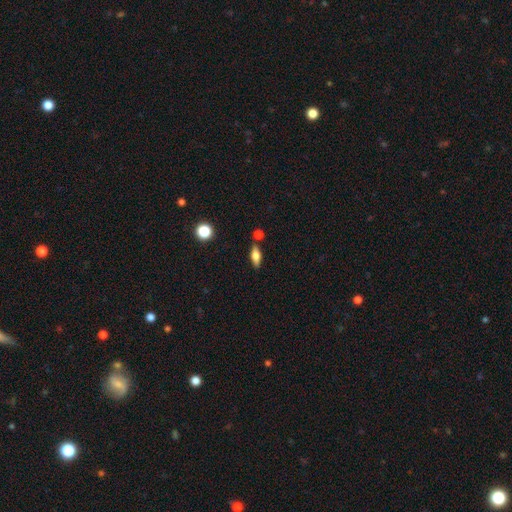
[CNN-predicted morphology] smooth-or-featured: smooth: 63% | featured or disk: 28% | star or artifact: 8%
  how-rounded: in between: 69% | cigar-shaped: 26% | round: 5%
  merging: none: 77% | minor disturbance: 11% | merger: 9% | major disturbance: 3%